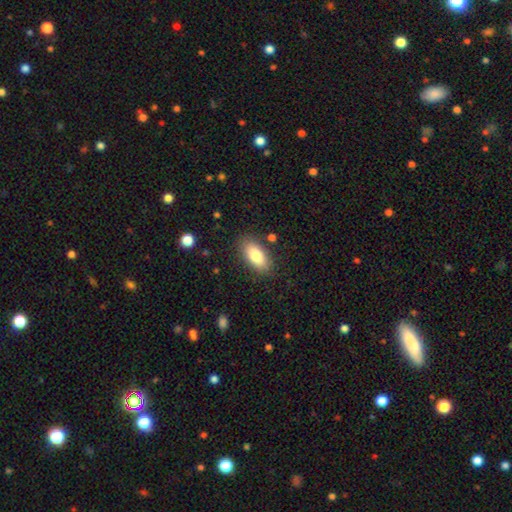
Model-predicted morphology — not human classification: Smooth or featured?
  - smooth: 80% *
  - featured or disk: 12%
  - star or artifact: 7%
How rounded?
  - in between: 90% *
  - cigar-shaped: 7%
  - round: 4%
Merging?
  - none: 84% *
  - minor disturbance: 11%
  - major disturbance: 3%
  - merger: 2%